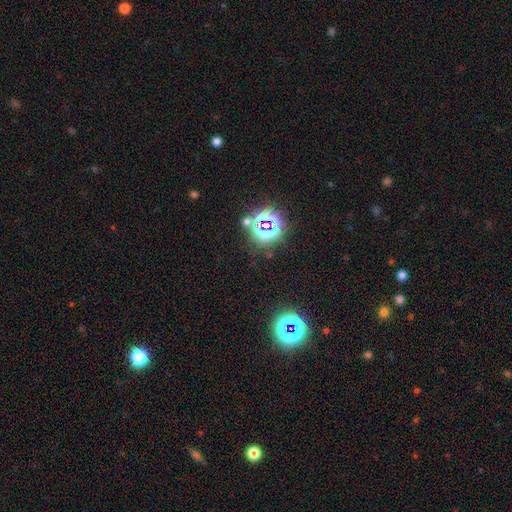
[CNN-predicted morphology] Smooth or featured? star or artifact (76%)